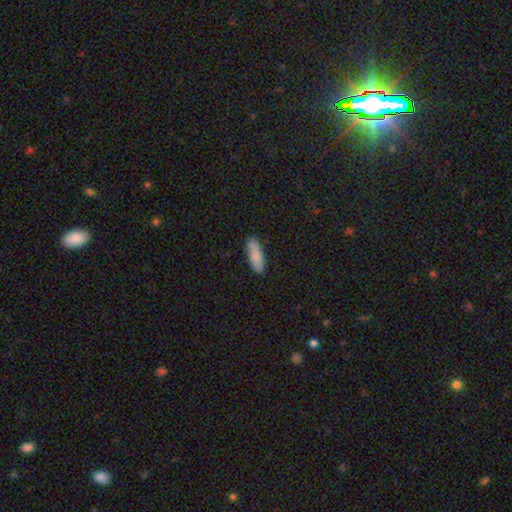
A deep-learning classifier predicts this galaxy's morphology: smooth-or-featured: smooth: 80% | featured or disk: 13% | star or artifact: 6%
  how-rounded: in between: 63% | cigar-shaped: 36% | round: 2%
  merging: none: 80% | minor disturbance: 15% | major disturbance: 3% | merger: 2%